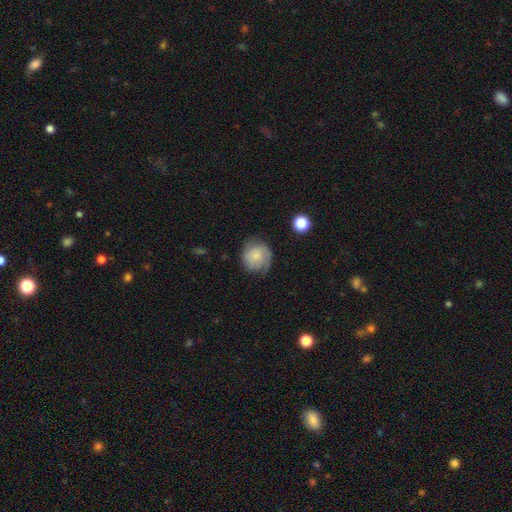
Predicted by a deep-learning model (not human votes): A featured or disk galaxy (52%) with no bar (77%), spiral arms (90%) and a small central bulge (59%).

Vote fractions:
- Smooth or featured? featured or disk: 52% / smooth: 39% / star or artifact: 8%
- Edge-on disk? no: 98% / yes: 2%
- Bar? no: 77% / weak: 20% / strong: 3%
- Spiral arms? yes: 90% / no: 10%
- Bulge size? small: 59% / moderate: 23% / none: 13% / large: 4% / dominant: 2%
- Merging? none: 68% / minor disturbance: 22% / major disturbance: 9% / merger: 1%